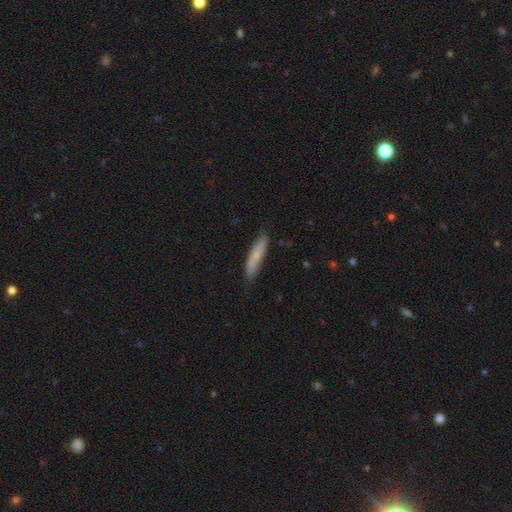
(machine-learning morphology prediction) A smooth galaxy with no disk features (67%) that is cigar-shaped (85%). Merging: none (77%).